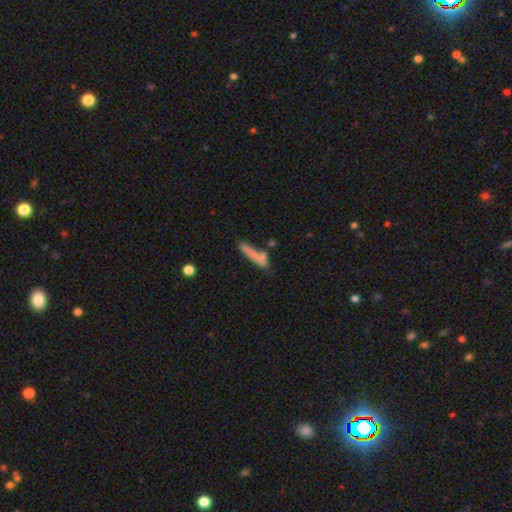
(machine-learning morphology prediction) Smooth or featured? smooth (69%)
How rounded? cigar-shaped (84%)
Merging? none (53%)